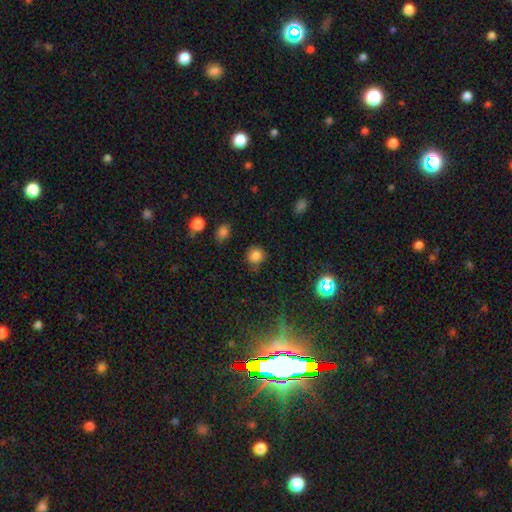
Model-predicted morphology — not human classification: Overall: smooth (81%). How rounded: round (87%). Merging: none (76%).